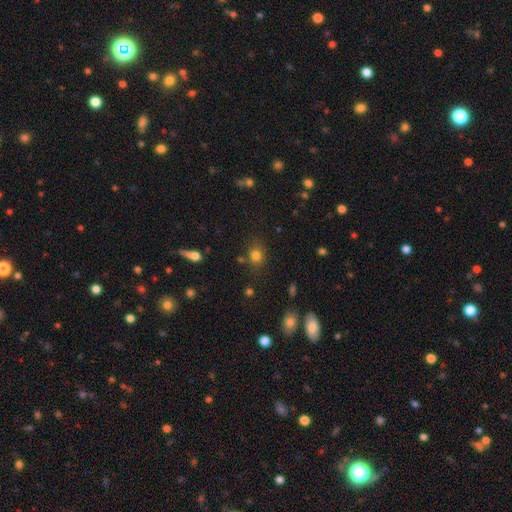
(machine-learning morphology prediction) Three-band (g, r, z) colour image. It shows a smooth galaxy with no disk features (78%) that is round (60%). Merging: none (76%).